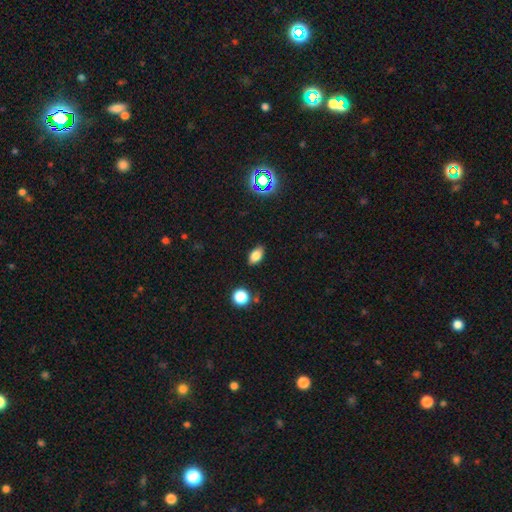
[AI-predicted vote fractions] A smooth galaxy with no disk features (81%) that is in between round and cigar-shaped (88%). Merging: none (86%).